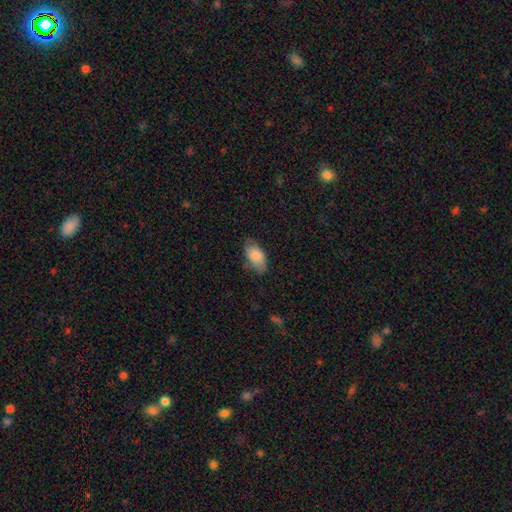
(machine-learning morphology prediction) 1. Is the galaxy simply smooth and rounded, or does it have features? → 80% smooth, 13% featured or disk, 6% star or artifact.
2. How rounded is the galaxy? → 94% in between, 4% round, 3% cigar-shaped.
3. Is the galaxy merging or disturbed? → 69% none, 24% minor disturbance, 6% major disturbance, 1% merger.